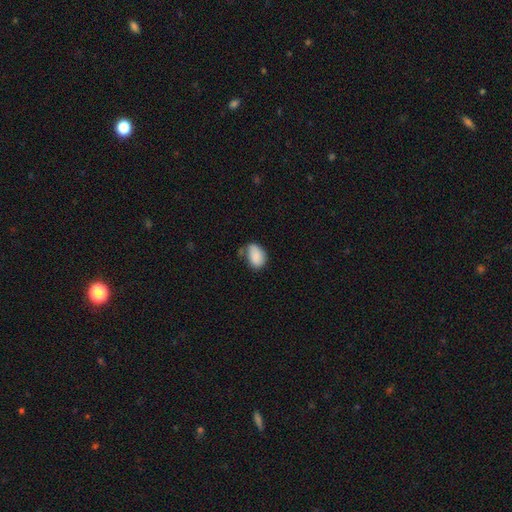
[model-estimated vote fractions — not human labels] The model was most divided on "merging": none: 53%, minor disturbance: 31%, major disturbance: 9%, merger: 8%. More confident: smooth or featured — smooth (87%); how rounded — in between (84%).